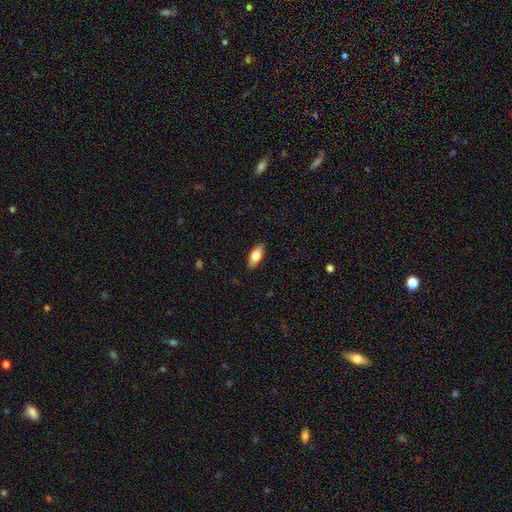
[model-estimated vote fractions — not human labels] Smooth or featured? smooth (76%)
How rounded? in between (84%)
Merging? none (89%)